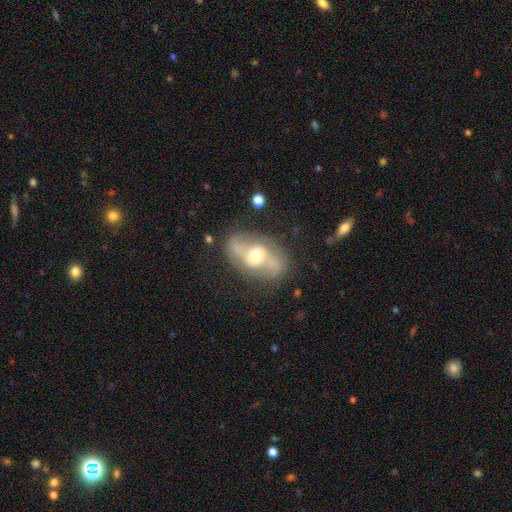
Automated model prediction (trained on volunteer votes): smooth_or_featured: featured or disk (p=0.72) [alt: smooth p=0.21]
disk_edge_on: no (p=0.94) [alt: yes p=0.06]
bar: no (p=0.56) [alt: weak p=0.29]
has_spiral_arms: yes (p=0.77) [alt: no p=0.23]
spiral_winding: medium (p=0.43) [alt: loose p=0.39]
spiral_arm_count: 2 (p=0.84) [alt: can't tell p=0.09]
bulge_size: moderate (p=0.59) [alt: small p=0.29]
merging: none (p=0.65) [alt: minor disturbance p=0.19]